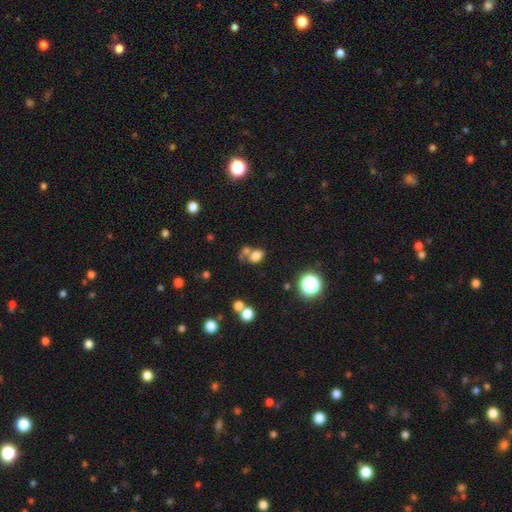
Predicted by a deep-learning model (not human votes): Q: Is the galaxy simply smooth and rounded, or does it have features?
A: smooth — 75%.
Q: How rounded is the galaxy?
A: in between — 72%.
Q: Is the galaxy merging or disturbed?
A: none — 46%.